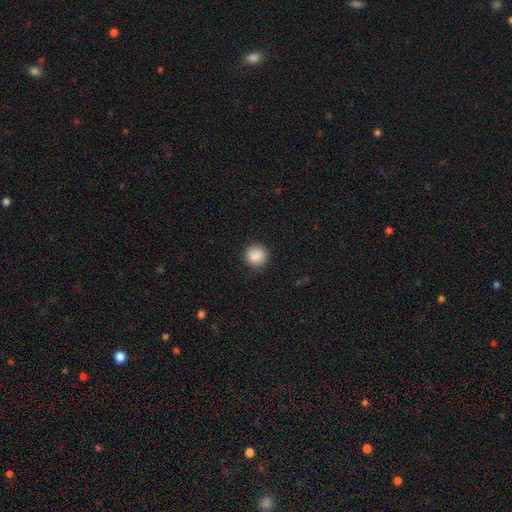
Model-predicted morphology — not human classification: A smooth galaxy with no disk features (89%) that is round (93%). Merging: none (91%).